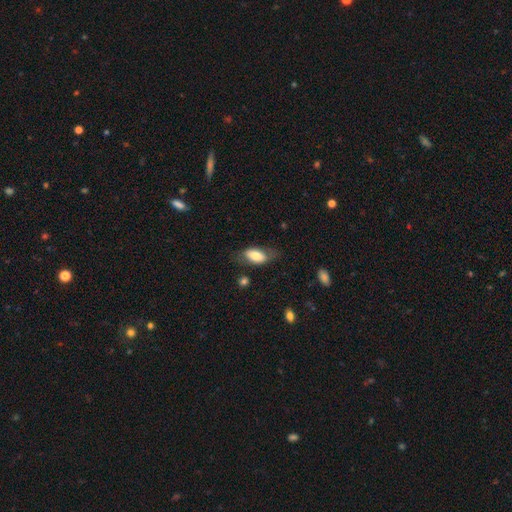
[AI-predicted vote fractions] Morphology: type=smooth (70%); roundness=in between (88%); merging=none (60%).